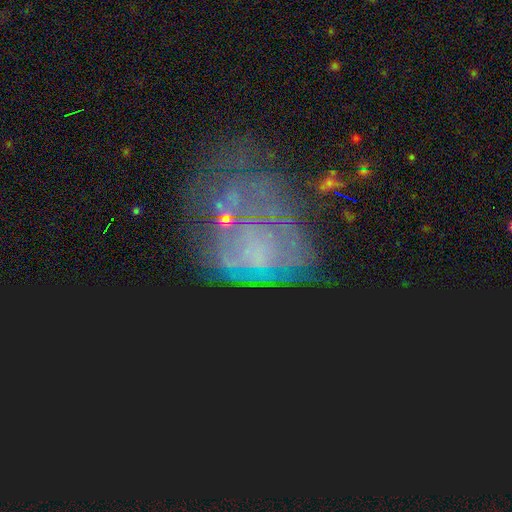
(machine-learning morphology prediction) Smooth or featured?
  - featured or disk: 47% *
  - star or artifact: 34%
  - smooth: 19%
Merging?
  - major disturbance: 35% *
  - none: 34%
  - minor disturbance: 20%
  - merger: 11%